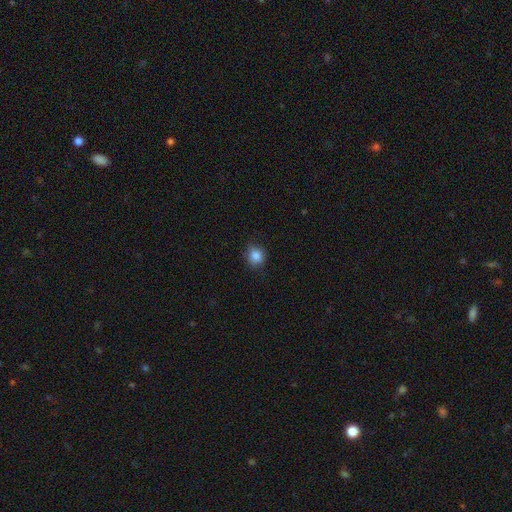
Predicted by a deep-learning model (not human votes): The model was most divided on "how rounded": round: 83%, in between: 16%, cigar-shaped: 1%. More confident: smooth or featured — smooth (85%); merging — none (83%).